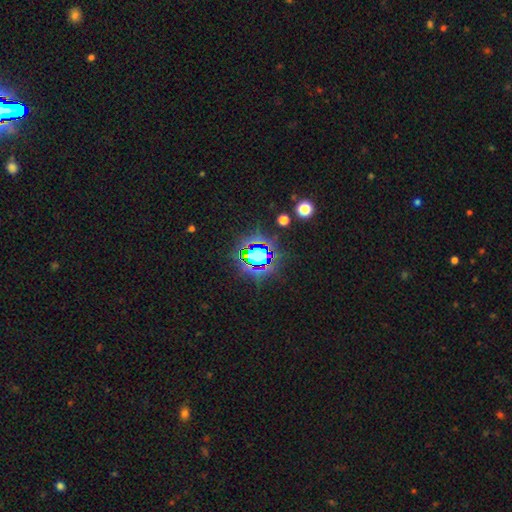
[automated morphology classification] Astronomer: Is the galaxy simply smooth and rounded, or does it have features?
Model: star or artifact — 67%.